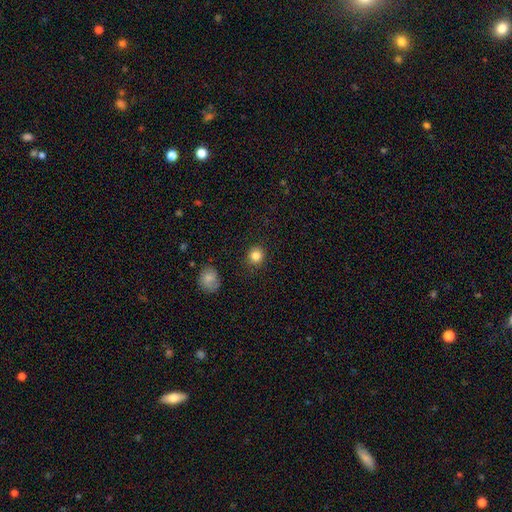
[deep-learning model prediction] smooth_or_featured: smooth (p=0.84) [alt: star or artifact p=0.11]
how_rounded: round (p=0.89) [alt: in between p=0.10]
merging: none (p=0.89) [alt: minor disturbance p=0.07]